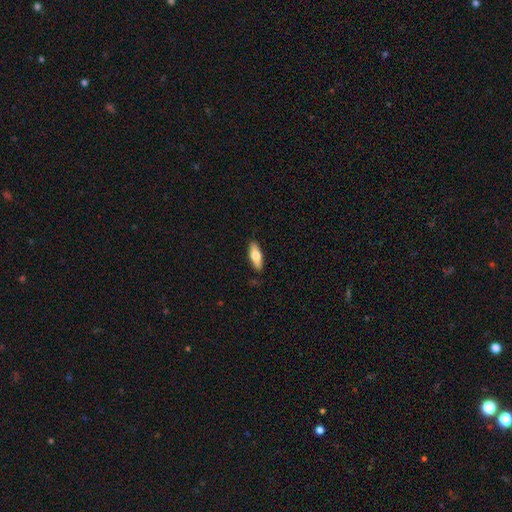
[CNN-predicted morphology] smooth 67%, featured or disk 27%, star or artifact 6%. Down the decision tree: how rounded — in between (61%); merging — none (88%).